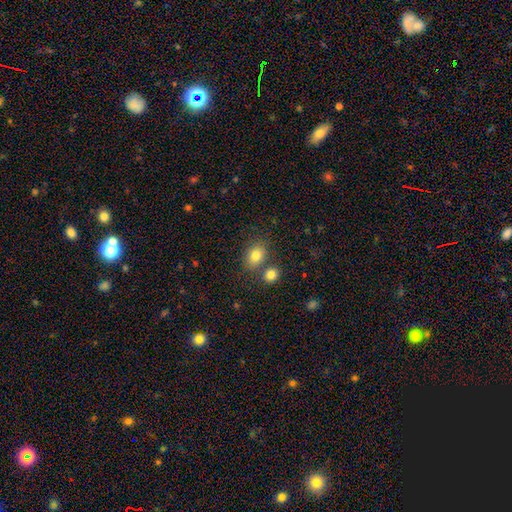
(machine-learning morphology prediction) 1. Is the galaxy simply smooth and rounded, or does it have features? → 81% smooth, 10% star or artifact, 8% featured or disk.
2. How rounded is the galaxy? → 64% in between, 35% round, 1% cigar-shaped.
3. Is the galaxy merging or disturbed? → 66% none, 20% merger, 11% minor disturbance, 4% major disturbance.